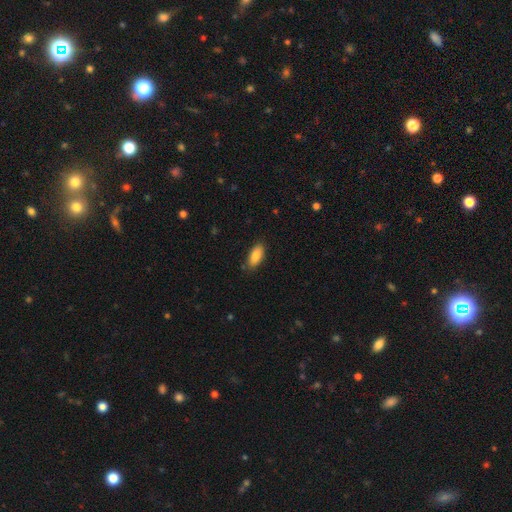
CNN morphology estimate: type=smooth (87%); roundness=in between (88%); merging=none (84%).